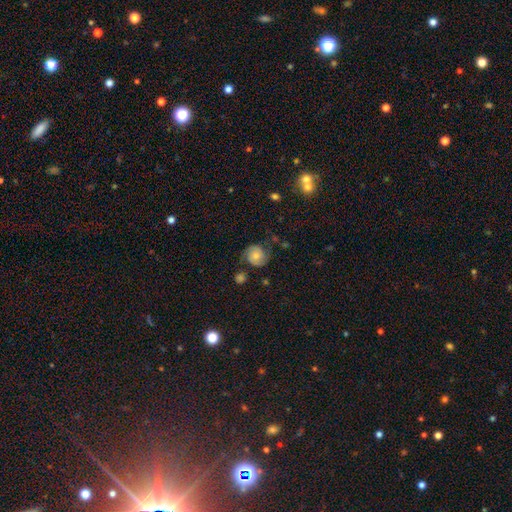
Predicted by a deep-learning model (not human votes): smooth_or_featured: featured or disk (p=0.58) [alt: smooth p=0.32]
disk_edge_on: no (p=0.98) [alt: yes p=0.02]
bar: no (p=0.72) [alt: weak p=0.24]
has_spiral_arms: yes (p=0.92) [alt: no p=0.08]
spiral_winding: tight (p=0.45) [alt: medium p=0.41]
spiral_arm_count: 2 (p=0.85) [alt: can't tell p=0.08]
bulge_size: moderate (p=0.42) [alt: small p=0.39]
merging: none (p=0.70) [alt: minor disturbance p=0.19]